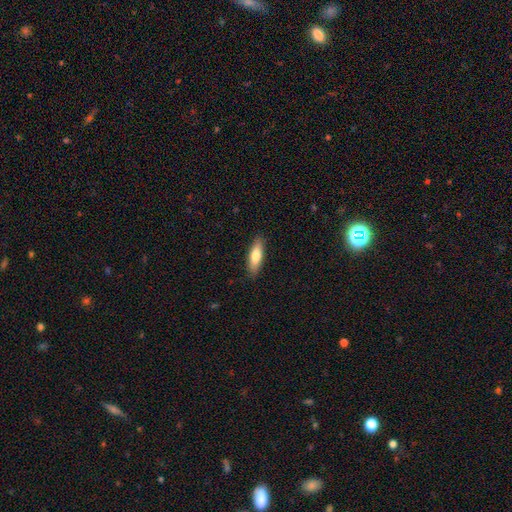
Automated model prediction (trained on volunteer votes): Morphology: type=smooth (76%); roundness=cigar-shaped (51%); merging=none (88%).